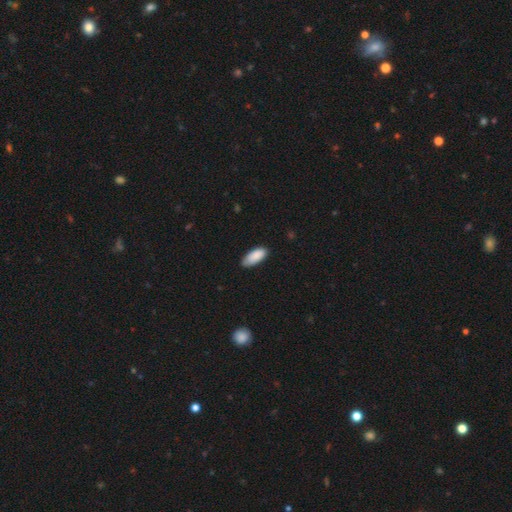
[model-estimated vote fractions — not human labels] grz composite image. It shows a smooth galaxy with no disk features (89%) that is in between round and cigar-shaped (87%). Merging: none (78%).